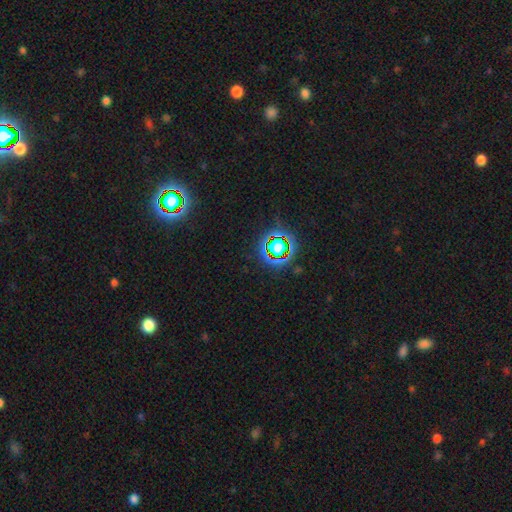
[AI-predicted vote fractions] The model was most divided on "smooth or featured": star or artifact: 75%, smooth: 17%, featured or disk: 8%.